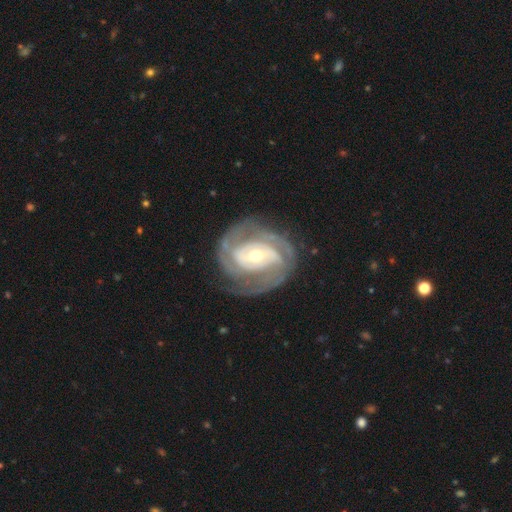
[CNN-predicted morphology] A featured or disk galaxy (89%) with no bar (39%), 2 (46%) tight (64%) spiral arms (96%) and a moderate central bulge (58%). Merging: none (74%).